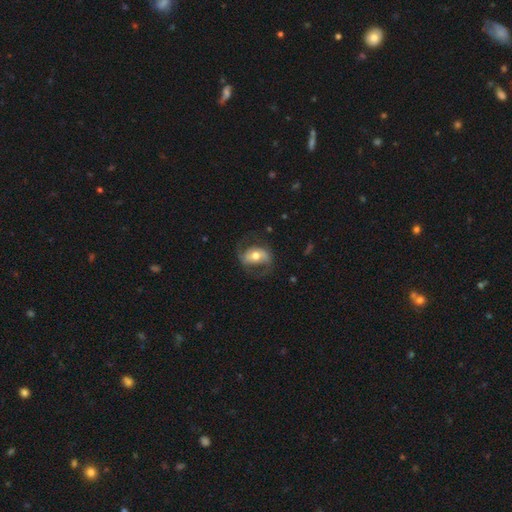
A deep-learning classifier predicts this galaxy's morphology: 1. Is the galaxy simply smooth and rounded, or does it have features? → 67% featured or disk, 27% smooth, 6% star or artifact.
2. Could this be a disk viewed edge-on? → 96% no, 4% yes.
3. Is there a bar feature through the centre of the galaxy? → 39% no, 33% weak, 28% strong.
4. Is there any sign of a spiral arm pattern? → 82% yes, 18% no.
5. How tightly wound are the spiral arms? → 46% medium, 38% loose, 16% tight.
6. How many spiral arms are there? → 86% 2, 6% can't tell, 4% 1, 1% 3, 1% 4, 1% more than 4.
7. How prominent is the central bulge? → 70% moderate, 15% small, 12% large, 1% dominant, 1% none.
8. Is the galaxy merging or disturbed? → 64% none, 18% minor disturbance, 17% major disturbance, 1% merger.